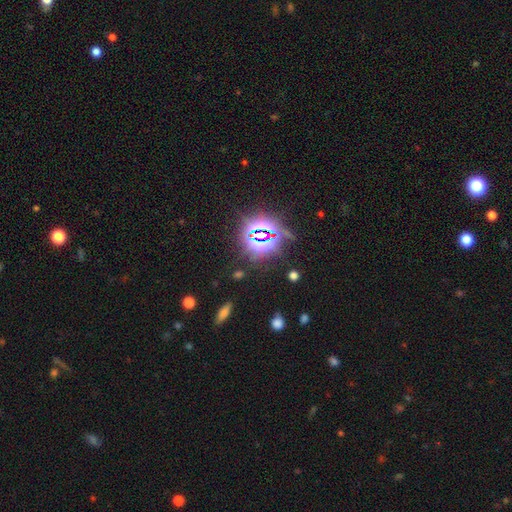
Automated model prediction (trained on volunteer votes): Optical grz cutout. It shows a star or artifact, not a galaxy (81%).